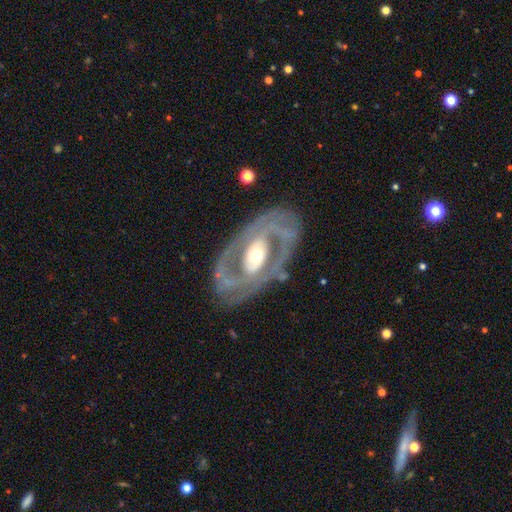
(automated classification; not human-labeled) featured or disk 83%, smooth 12%, star or artifact 4%. Down the decision tree: edge-on disk — no (94%); bar — no (50%); spiral arms — yes (66%); spiral arm count — 2 (67%); spiral winding — tight (46%); bulge size — moderate (69%); merging — none (73%).